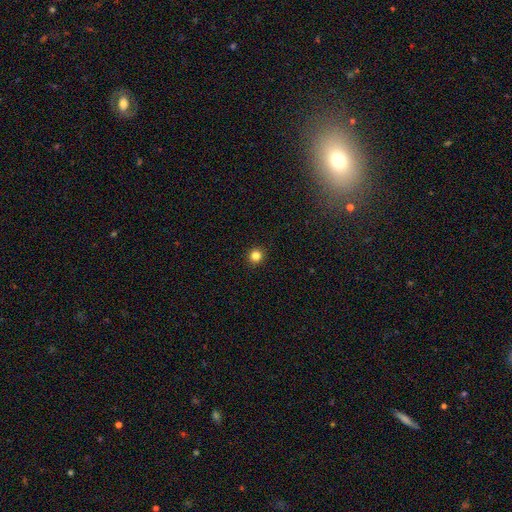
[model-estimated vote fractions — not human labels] Morphology: type=smooth (83%); roundness=round (94%); merging=none (93%).